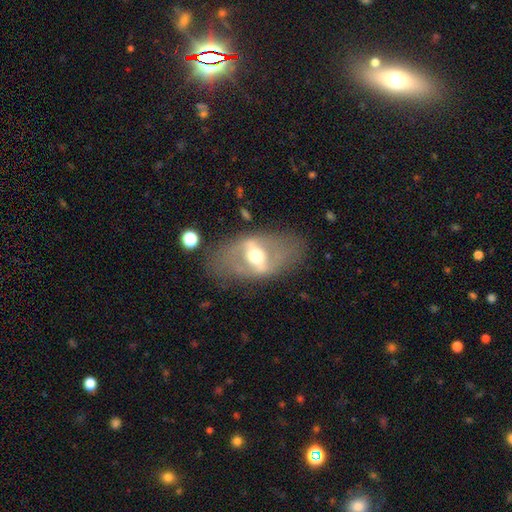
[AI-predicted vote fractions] Overall: featured or disk (70%). Edge-on disk: no (81%). Bar: strong (65%). Spiral arms: no (77%). Bulge size: moderate (65%). Merging: none (69%).